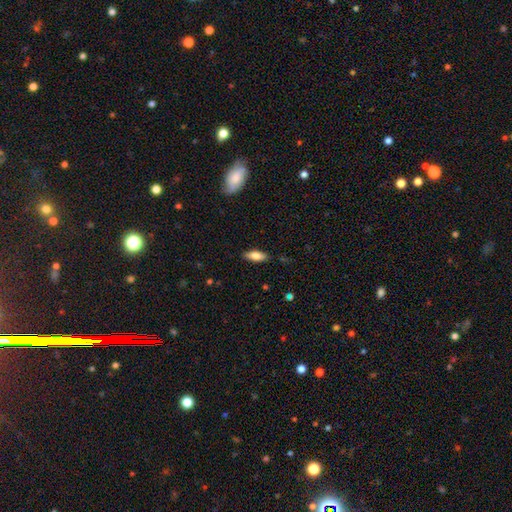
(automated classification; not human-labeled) Smooth or featured?
  - smooth: 78% *
  - featured or disk: 16%
  - star or artifact: 7%
How rounded?
  - in between: 73% *
  - cigar-shaped: 25%
  - round: 2%
Merging?
  - none: 86% *
  - minor disturbance: 11%
  - major disturbance: 2%
  - merger: 1%